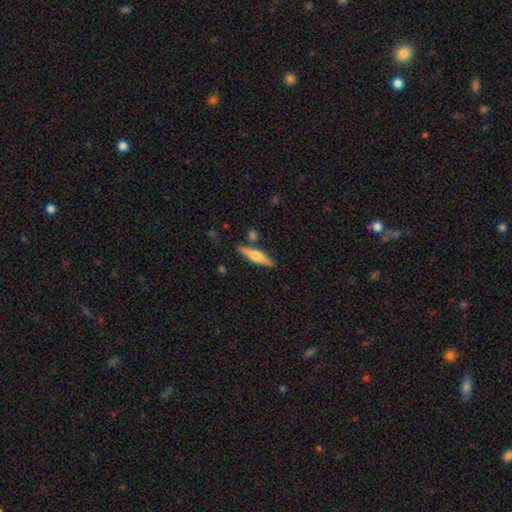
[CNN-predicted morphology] Q: Smooth or featured?
A: featured or disk (59%); runner-up: smooth (35%)
Q: Edge-on disk?
A: yes (96%); runner-up: no (4%)
Q: Edge-on bulge?
A: rounded (89%); runner-up: boxy (7%)
Q: Merging?
A: none (83%); runner-up: minor disturbance (9%)